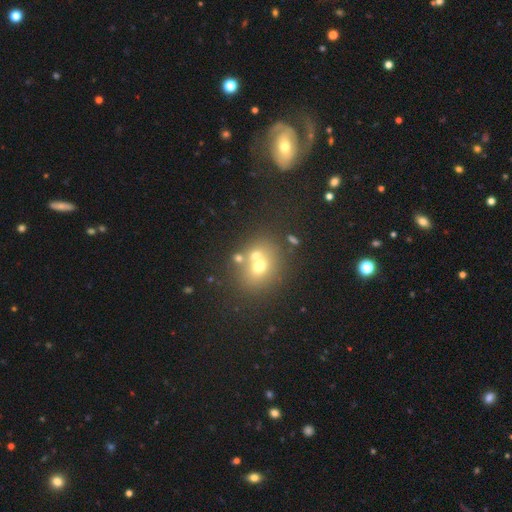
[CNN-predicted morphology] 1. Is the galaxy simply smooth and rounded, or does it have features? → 61% smooth, 22% featured or disk, 16% star or artifact.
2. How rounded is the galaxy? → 66% round, 33% in between, 1% cigar-shaped.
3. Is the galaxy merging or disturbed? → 47% none, 39% merger, 9% minor disturbance, 4% major disturbance.